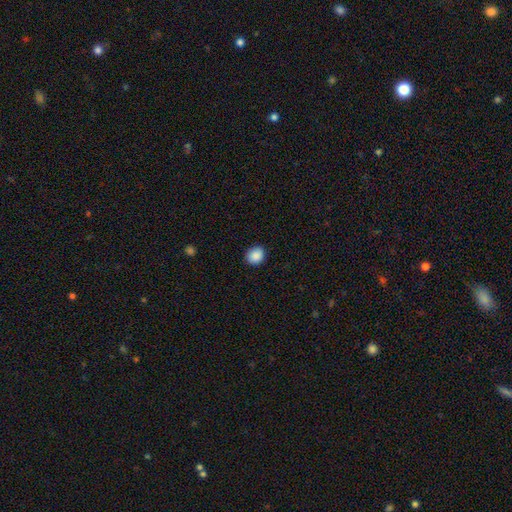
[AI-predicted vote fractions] Smooth or featured: smooth — 89% (star or artifact — 8%)
How rounded: round — 67% (in between — 32%)
Merging: none — 87% (minor disturbance — 10%)